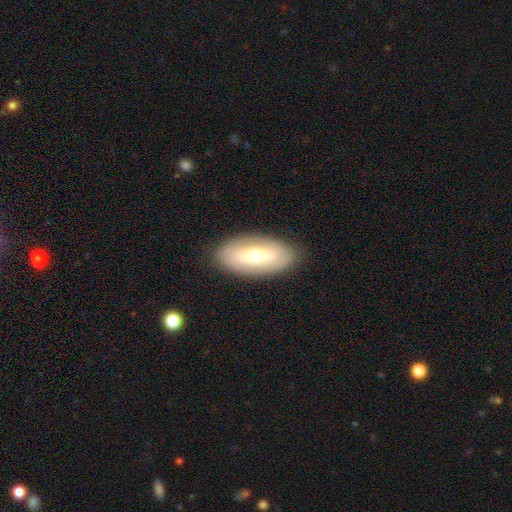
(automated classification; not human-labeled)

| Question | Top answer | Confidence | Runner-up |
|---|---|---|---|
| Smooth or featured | smooth | 49% | featured or disk (45%) |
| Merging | none | 85% | minor disturbance (11%) |